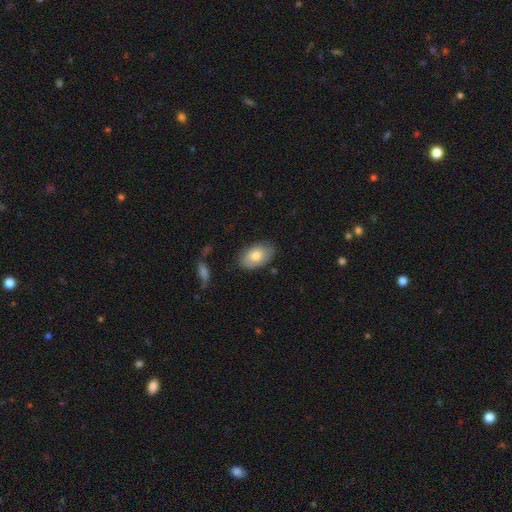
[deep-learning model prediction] Q: Smooth or featured?
A: smooth (74%); runner-up: featured or disk (20%)
Q: How rounded?
A: in between (90%); runner-up: round (9%)
Q: Merging?
A: none (77%); runner-up: minor disturbance (18%)